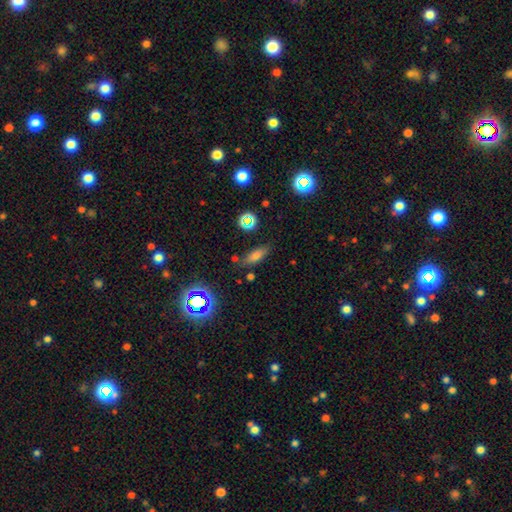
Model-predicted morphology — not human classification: smooth-or-featured: smooth: 68% | star or artifact: 19% | featured or disk: 12%
  how-rounded: in between: 60% | cigar-shaped: 33% | round: 6%
  merging: none: 75% | minor disturbance: 15% | merger: 5% | major disturbance: 5%